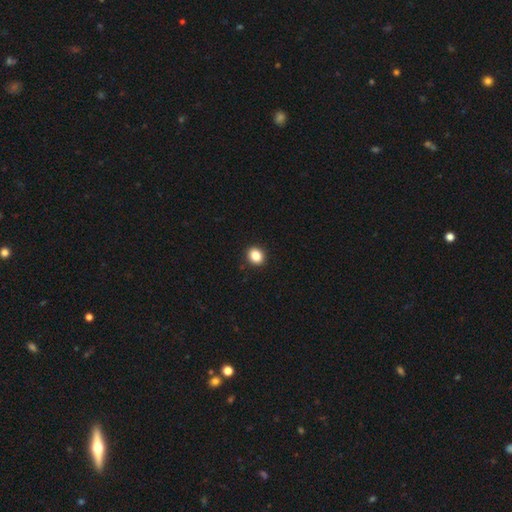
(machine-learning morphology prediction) smooth_or_featured: smooth (p=0.86) [alt: star or artifact p=0.10]
how_rounded: round (p=0.66) [alt: in between p=0.33]
merging: none (p=0.92) [alt: minor disturbance p=0.05]